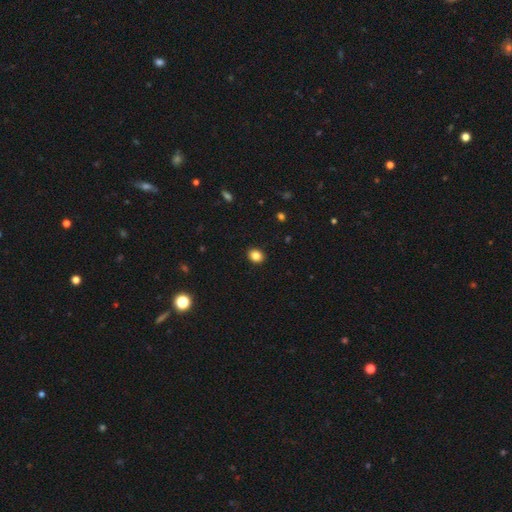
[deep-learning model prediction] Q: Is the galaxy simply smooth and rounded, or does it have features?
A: smooth — 85%.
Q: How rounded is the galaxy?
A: round — 56%.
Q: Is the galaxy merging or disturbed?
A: none — 91%.